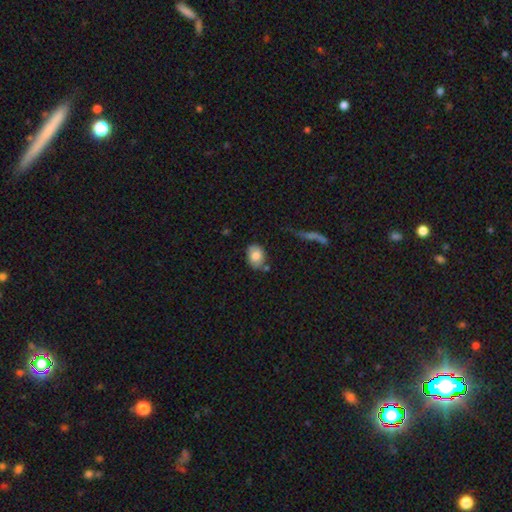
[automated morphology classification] smooth_or_featured: smooth (p=0.79) [alt: featured or disk p=0.13]
how_rounded: in between (p=0.64) [alt: round p=0.34]
merging: none (p=0.71) [alt: minor disturbance p=0.18]